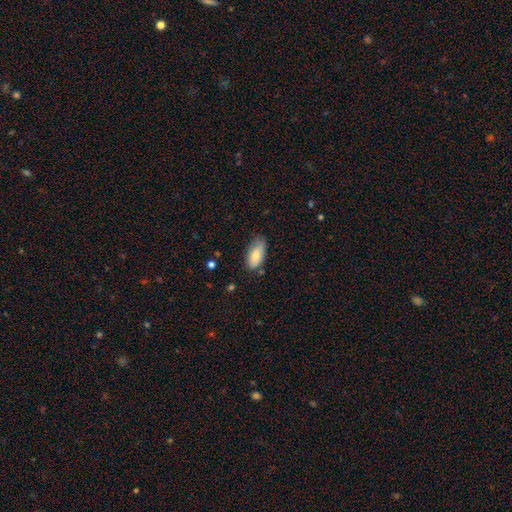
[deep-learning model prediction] Q: Smooth or featured?
A: smooth (77%); runner-up: featured or disk (16%)
Q: How rounded?
A: in between (90%); runner-up: cigar-shaped (8%)
Q: Merging?
A: none (68%); runner-up: minor disturbance (26%)